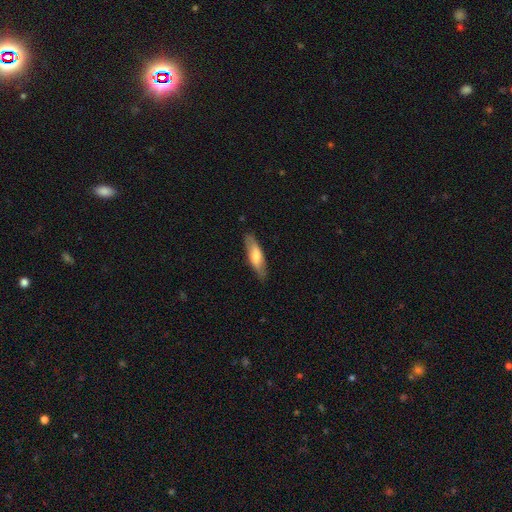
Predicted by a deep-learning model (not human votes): The model was most divided on "how rounded": cigar-shaped: 58%, in between: 41%, round: 2%. More confident: merging — none (83%); smooth or featured — smooth (64%).